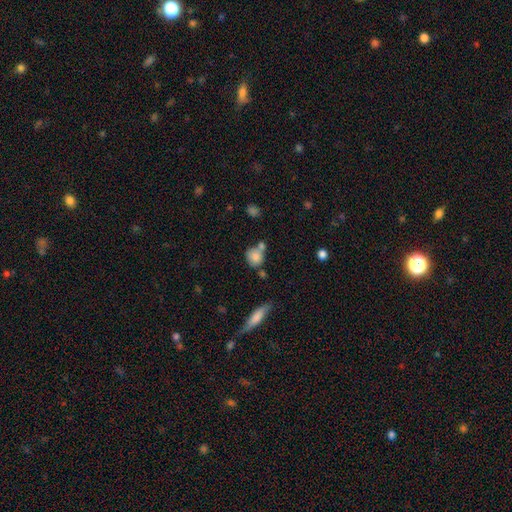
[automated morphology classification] Smooth or featured?
  - smooth: 81% *
  - featured or disk: 10%
  - star or artifact: 9%
How rounded?
  - round: 75% *
  - in between: 23%
  - cigar-shaped: 2%
Merging?
  - none: 51% *
  - merger: 28%
  - minor disturbance: 16%
  - major disturbance: 5%